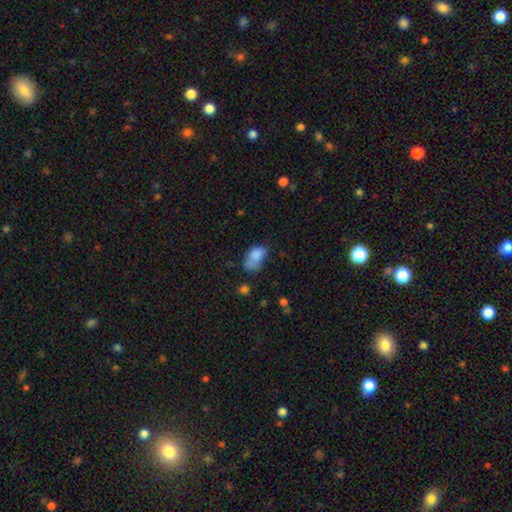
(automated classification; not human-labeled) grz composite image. It shows a smooth galaxy with no disk features (77%) that is in between round and cigar-shaped (84%). Merging: minor disturbance (30%, tied with none).